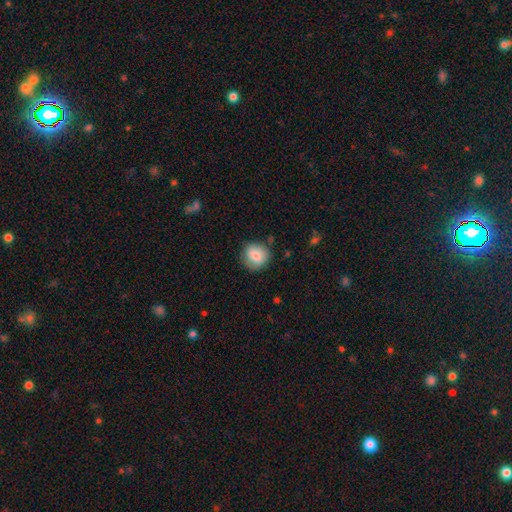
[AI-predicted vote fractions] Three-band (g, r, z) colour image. It shows a smooth galaxy with no disk features (80%) that is round (83%). Merging: none (78%).